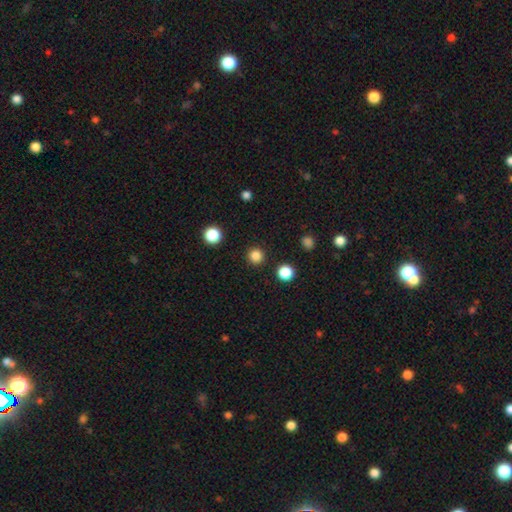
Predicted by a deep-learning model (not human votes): smooth-or-featured: smooth: 83% | star or artifact: 13% | featured or disk: 3%
  how-rounded: round: 96% | in between: 3% | cigar-shaped: 1%
  merging: none: 92% | minor disturbance: 4% | major disturbance: 2% | merger: 2%